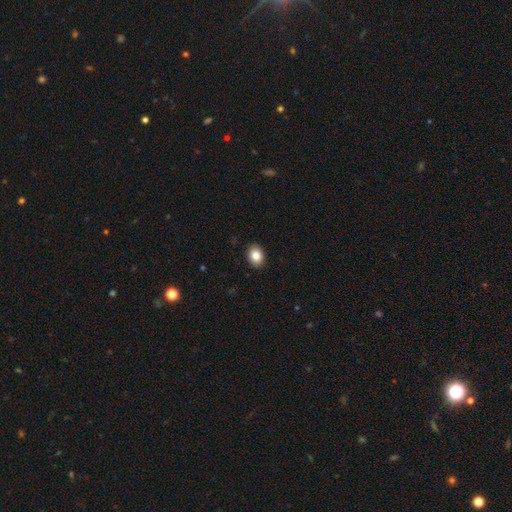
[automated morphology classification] smooth_or_featured: smooth (p=0.84) [alt: star or artifact p=0.08]
how_rounded: in between (p=0.71) [alt: round p=0.28]
merging: none (p=0.91) [alt: minor disturbance p=0.07]